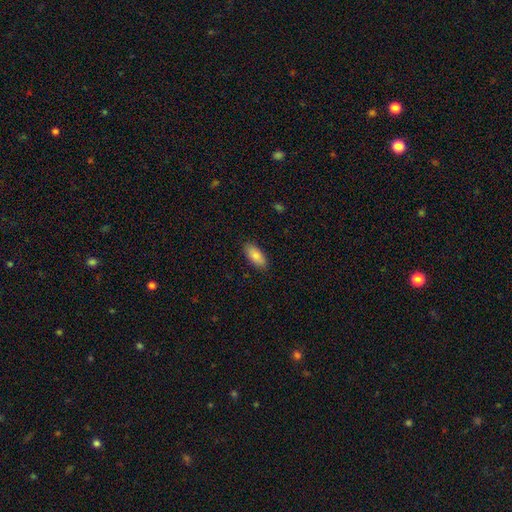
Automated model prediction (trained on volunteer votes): smooth-or-featured: smooth: 86% | featured or disk: 8% | star or artifact: 6%
  how-rounded: in between: 87% | cigar-shaped: 11% | round: 2%
  merging: none: 88% | minor disturbance: 9% | major disturbance: 2% | merger: 1%